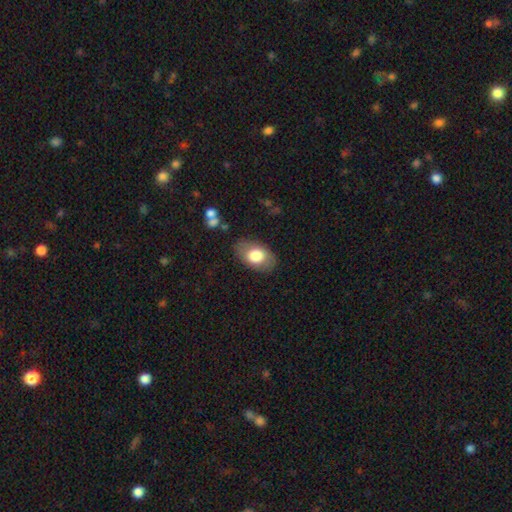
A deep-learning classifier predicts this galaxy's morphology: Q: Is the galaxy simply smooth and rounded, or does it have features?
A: smooth — 74%.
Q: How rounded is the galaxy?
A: in between — 89%.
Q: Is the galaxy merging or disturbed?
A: none — 81%.